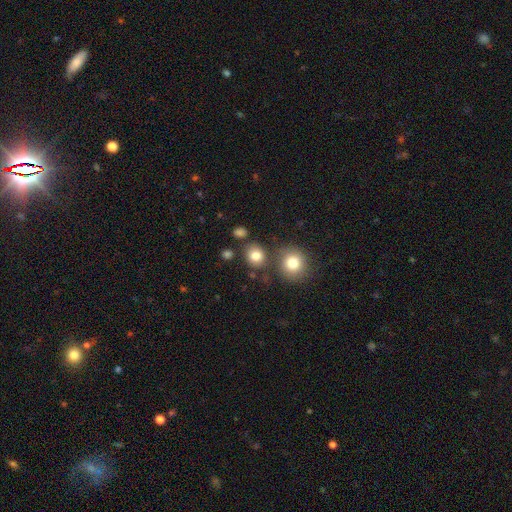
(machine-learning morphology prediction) Smooth or featured: smooth — 81% (star or artifact — 12%)
How rounded: round — 75% (in between — 24%)
Merging: none — 76% (merger — 10%)